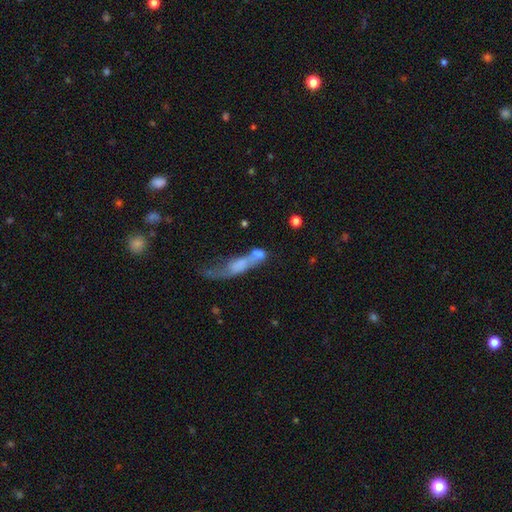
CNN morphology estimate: smooth 54%, featured or disk 35%, star or artifact 10%. Down the decision tree: how rounded — cigar-shaped (56%); merging — merger (38%).